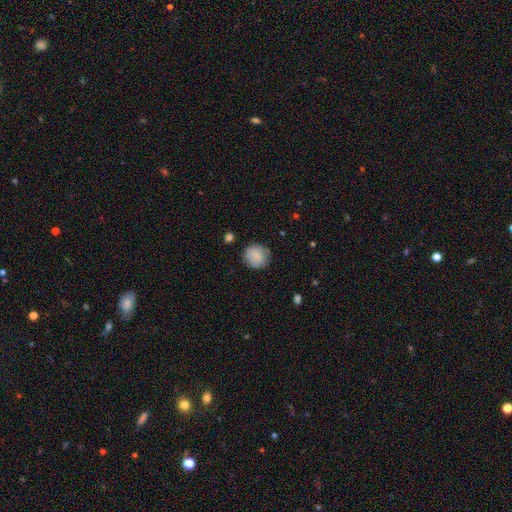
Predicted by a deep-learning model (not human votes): Q: Smooth or featured?
A: smooth (87%); runner-up: star or artifact (7%)
Q: How rounded?
A: round (91%); runner-up: in between (8%)
Q: Merging?
A: none (84%); runner-up: minor disturbance (12%)